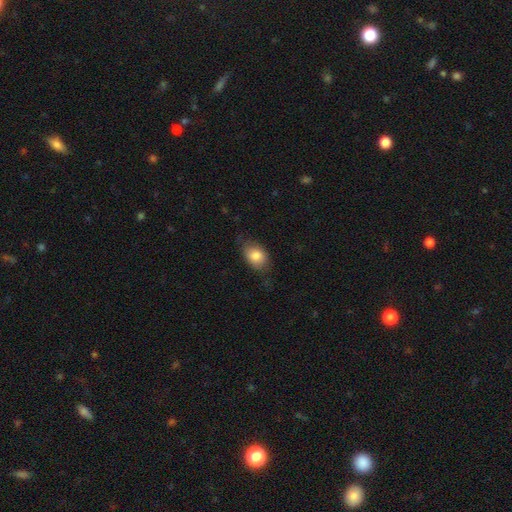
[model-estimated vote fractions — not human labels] Smooth or featured?
  - smooth: 82% *
  - featured or disk: 11%
  - star or artifact: 7%
How rounded?
  - in between: 79% *
  - round: 19%
  - cigar-shaped: 1%
Merging?
  - none: 69% *
  - minor disturbance: 23%
  - major disturbance: 6%
  - merger: 1%